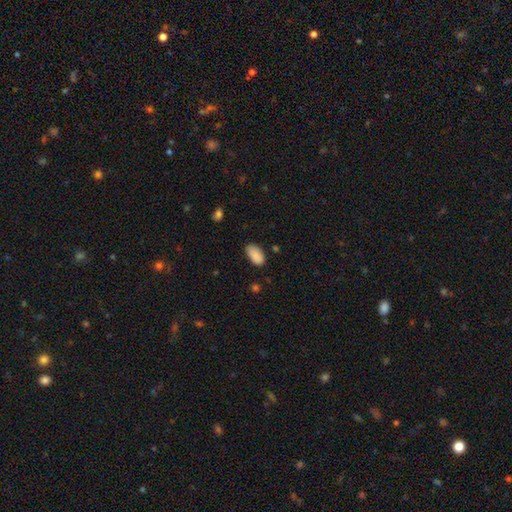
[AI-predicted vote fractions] Smooth or featured: smooth — 88% (star or artifact — 8%)
How rounded: in between — 94% (round — 4%)
Merging: none — 72% (minor disturbance — 22%)